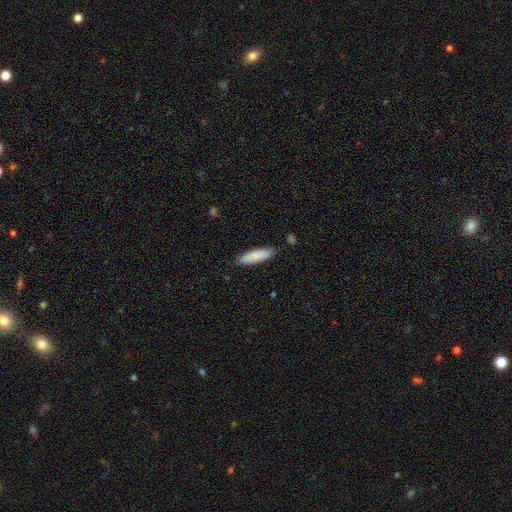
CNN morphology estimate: smooth-or-featured: smooth: 83% | featured or disk: 11% | star or artifact: 6%
  how-rounded: cigar-shaped: 59% | in between: 40% | round: 1%
  merging: none: 83% | minor disturbance: 13% | major disturbance: 2% | merger: 2%